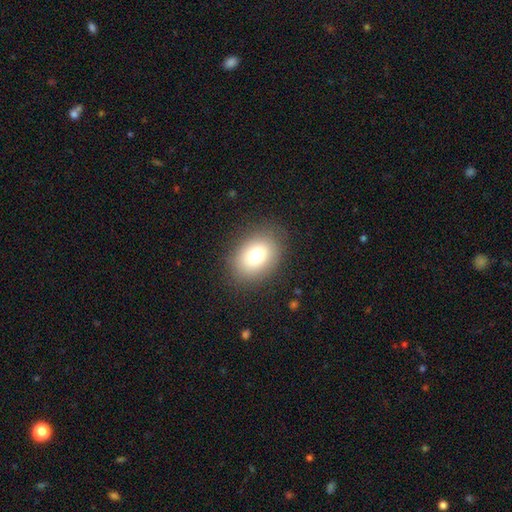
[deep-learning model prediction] Smooth or featured? smooth (77%)
How rounded? in between (69%)
Merging? none (84%)